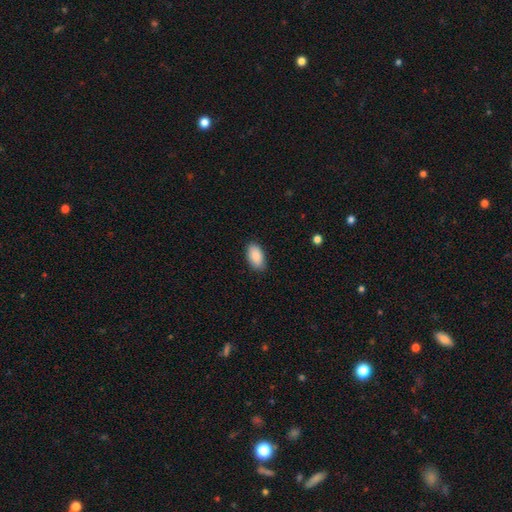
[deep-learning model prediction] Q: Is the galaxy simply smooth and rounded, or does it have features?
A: smooth — 90%.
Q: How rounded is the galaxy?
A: in between — 94%.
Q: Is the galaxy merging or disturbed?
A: none — 86%.